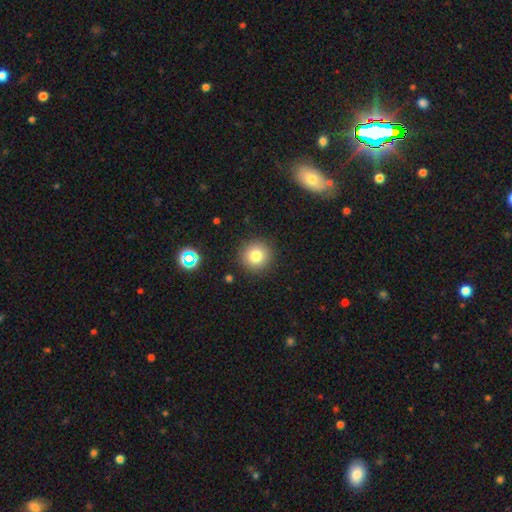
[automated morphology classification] smooth 79%, star or artifact 12%, featured or disk 8%. Down the decision tree: how rounded — round (94%); merging — none (90%).